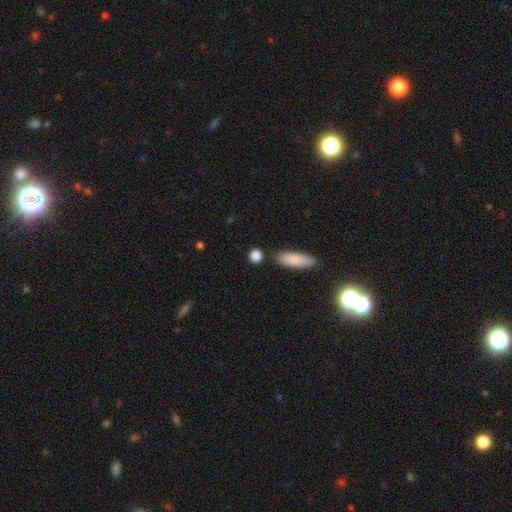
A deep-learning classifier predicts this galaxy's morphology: smooth 87%, star or artifact 8%, featured or disk 5%. Down the decision tree: how rounded — round (70%); merging — none (79%).